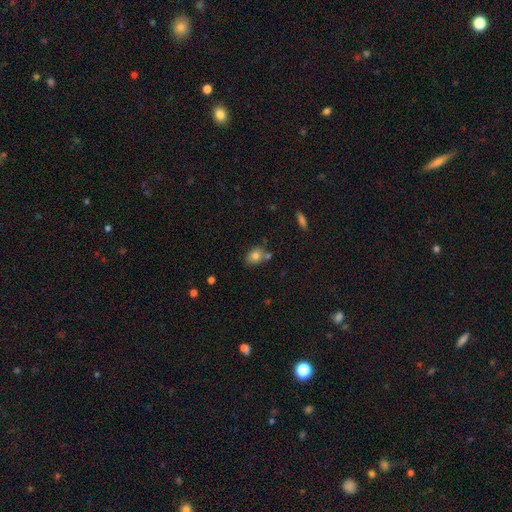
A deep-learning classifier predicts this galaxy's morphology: type=smooth (77%); roundness=in between (67%); merging=none (64%).